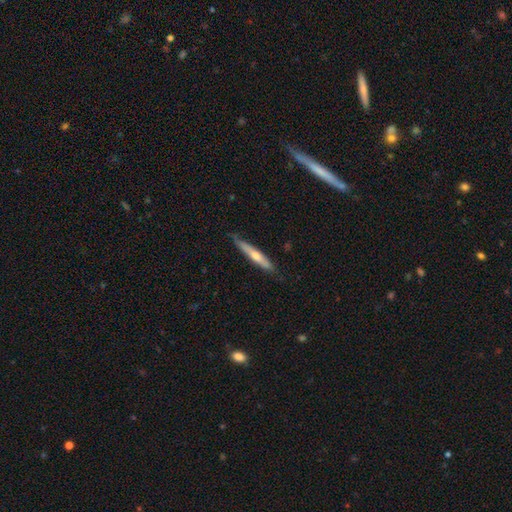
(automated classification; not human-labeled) A smooth galaxy with no disk features (48%).

Vote fractions:
- Smooth or featured? smooth: 48% / featured or disk: 46% / star or artifact: 5%
- Merging? none: 76% / minor disturbance: 20% / major disturbance: 3% / merger: 1%